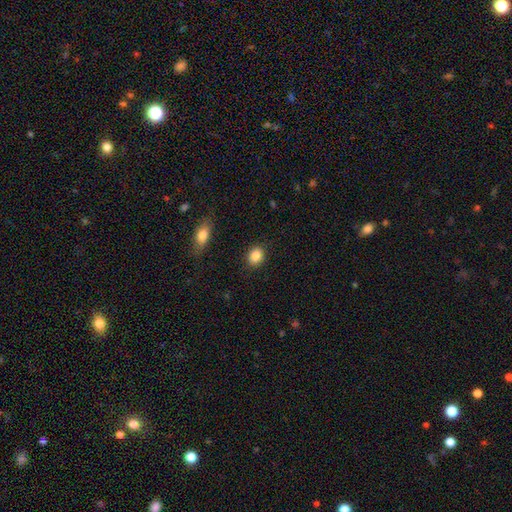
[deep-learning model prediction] A smooth galaxy with no disk features (86%) that is round (53%). Merging: none (89%).